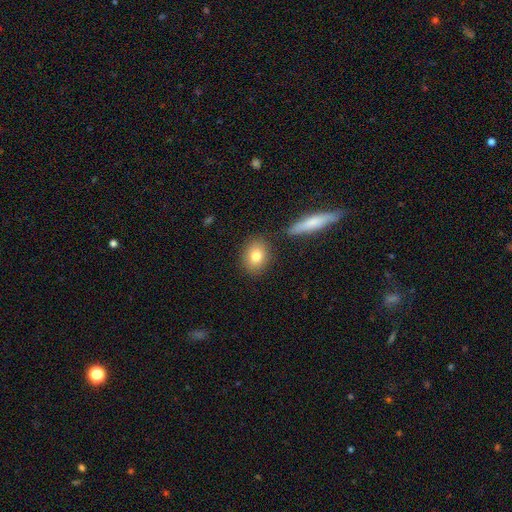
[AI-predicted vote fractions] Smooth or featured: smooth — 79% (featured or disk — 12%)
How rounded: round — 51% (in between — 47%)
Merging: none — 82% (minor disturbance — 10%)